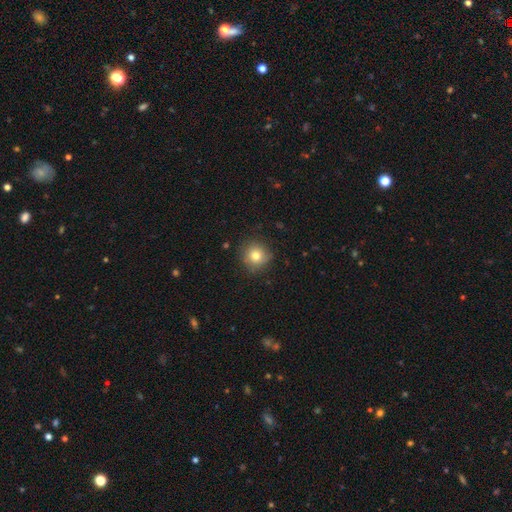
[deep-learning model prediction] smooth_or_featured: smooth (p=0.78) [alt: star or artifact p=0.12]
how_rounded: round (p=0.93) [alt: in between p=0.06]
merging: none (p=0.85) [alt: minor disturbance p=0.11]